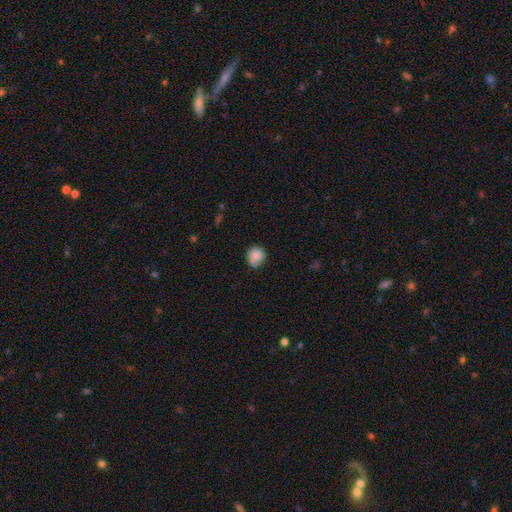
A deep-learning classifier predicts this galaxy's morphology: Smooth or featured? Predicted: smooth (p=0.83). How rounded? Predicted: round (p=0.75). Merging? Predicted: none (p=0.58).